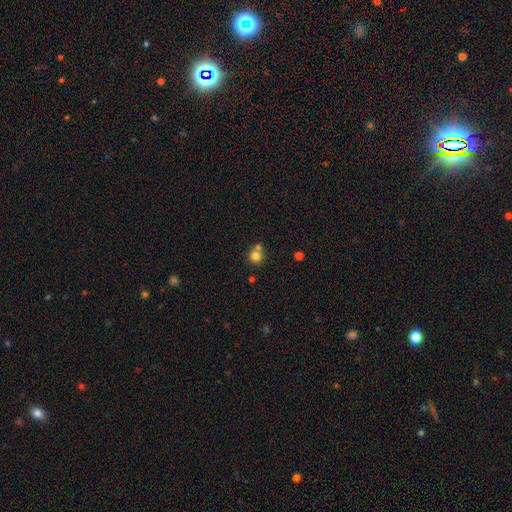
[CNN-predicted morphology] Overall: smooth (78%). How rounded: round (90%). Merging: none (53%; merger 37%).